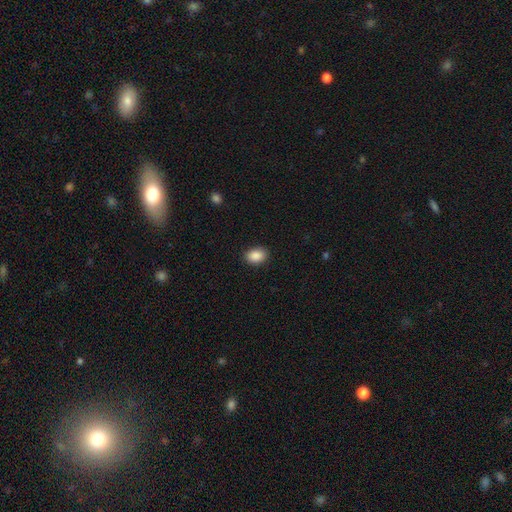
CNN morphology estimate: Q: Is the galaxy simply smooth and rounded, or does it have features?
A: smooth — 89%.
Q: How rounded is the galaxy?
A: in between — 78%.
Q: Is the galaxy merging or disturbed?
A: none — 89%.